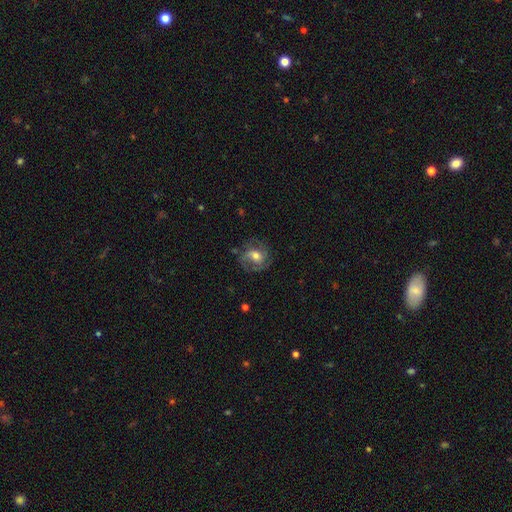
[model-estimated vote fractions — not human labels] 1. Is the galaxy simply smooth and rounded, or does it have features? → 66% featured or disk, 26% smooth, 8% star or artifact.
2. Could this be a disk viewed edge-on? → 97% no, 3% yes.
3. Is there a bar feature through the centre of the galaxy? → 51% no, 37% weak, 12% strong.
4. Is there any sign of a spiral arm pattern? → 86% yes, 14% no.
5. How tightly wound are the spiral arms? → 46% medium, 38% tight, 17% loose.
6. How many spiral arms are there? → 46% 2, 22% can't tell, 19% 3, 7% 1, 4% 4, 3% more than 4.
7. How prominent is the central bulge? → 67% moderate, 22% small, 8% large, 1% none, 1% dominant.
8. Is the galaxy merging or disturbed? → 69% none, 19% minor disturbance, 11% major disturbance, 2% merger.